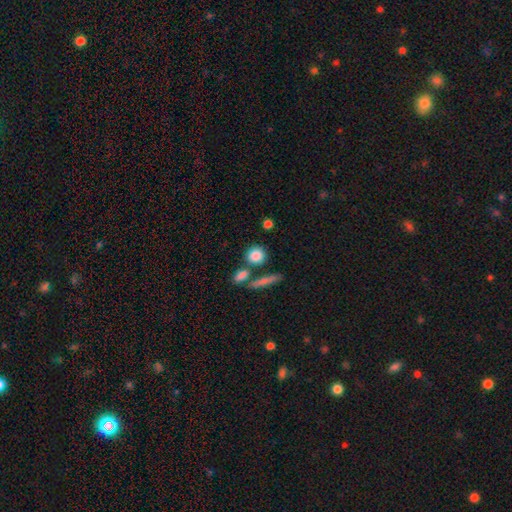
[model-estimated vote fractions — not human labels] Smooth or featured?
  - smooth: 84% *
  - featured or disk: 8%
  - star or artifact: 8%
How rounded?
  - round: 77% *
  - in between: 17%
  - cigar-shaped: 5%
Merging?
  - none: 69% *
  - merger: 17%
  - minor disturbance: 10%
  - major disturbance: 4%